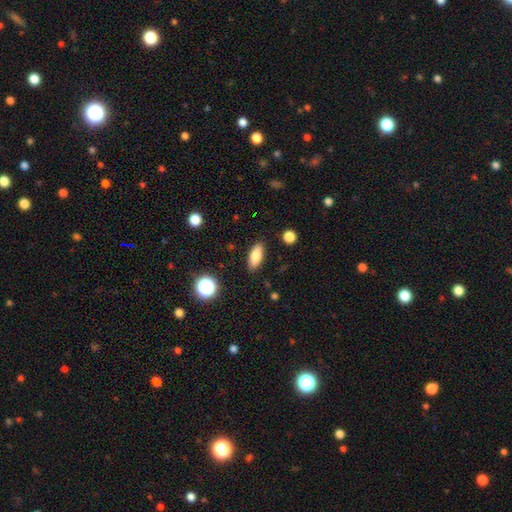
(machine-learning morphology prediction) smooth_or_featured: smooth (p=0.81) [alt: featured or disk p=0.11]
how_rounded: in between (p=0.79) [alt: cigar-shaped p=0.18]
merging: none (p=0.87) [alt: minor disturbance p=0.09]